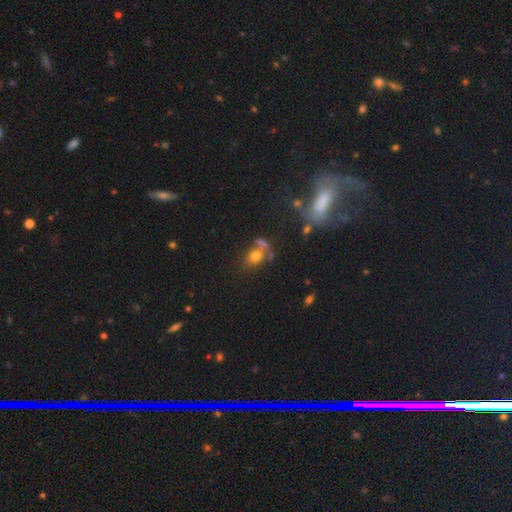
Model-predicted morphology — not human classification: Smooth or featured? smooth (71%)
How rounded? round (52%)
Merging? none (48%)